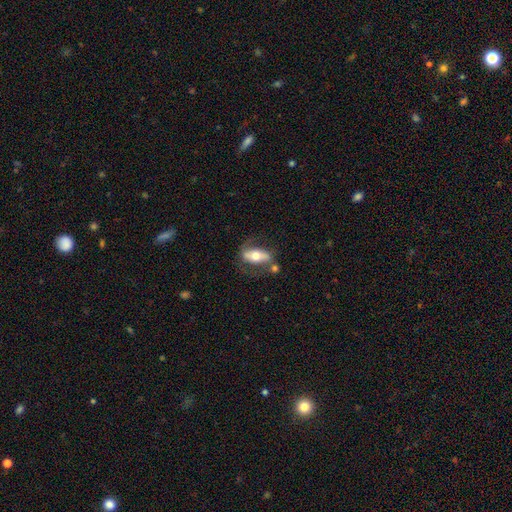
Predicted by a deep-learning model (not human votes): Morphology: type=featured or disk (54%); edge-on=no (74%); merging=none (57%).